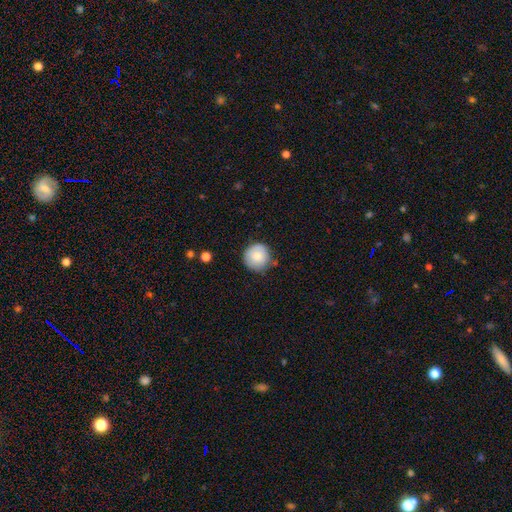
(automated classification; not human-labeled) smooth 79%, featured or disk 13%, star or artifact 7%. Down the decision tree: how rounded — round (94%); merging — none (77%).